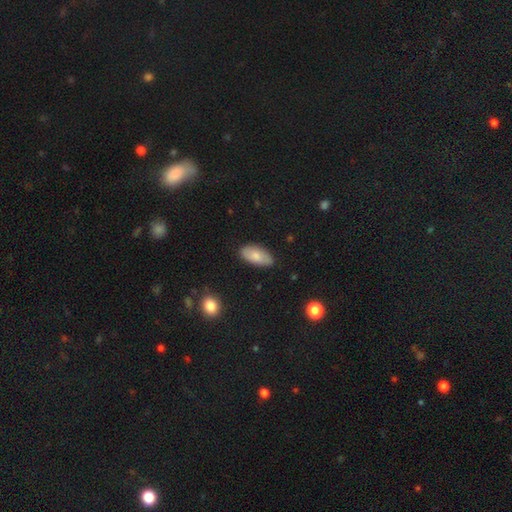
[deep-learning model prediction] Morphology: type=smooth (77%); roundness=in between (92%); merging=none (82%).